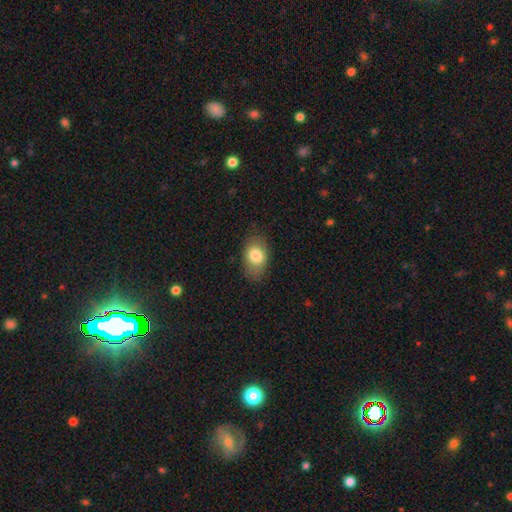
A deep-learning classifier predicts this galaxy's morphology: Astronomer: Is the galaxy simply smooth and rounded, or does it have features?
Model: smooth — 79%.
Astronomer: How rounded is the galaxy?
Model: in between — 84%.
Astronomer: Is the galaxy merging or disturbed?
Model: none — 81%.